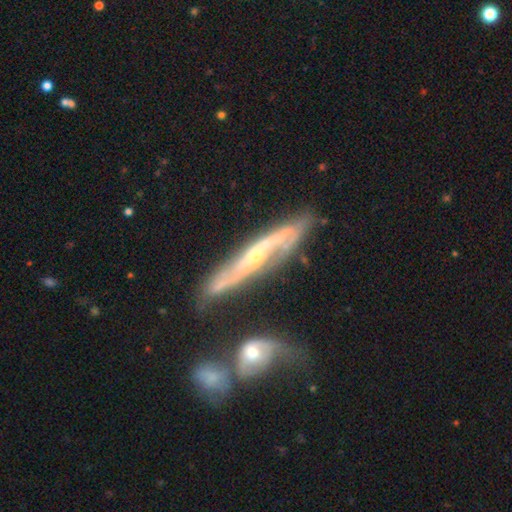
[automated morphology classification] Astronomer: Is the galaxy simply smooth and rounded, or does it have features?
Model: featured or disk — 81%.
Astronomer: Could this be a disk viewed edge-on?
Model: no — 50%, tied with yes at 50%.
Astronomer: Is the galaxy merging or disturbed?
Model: none — 64%.